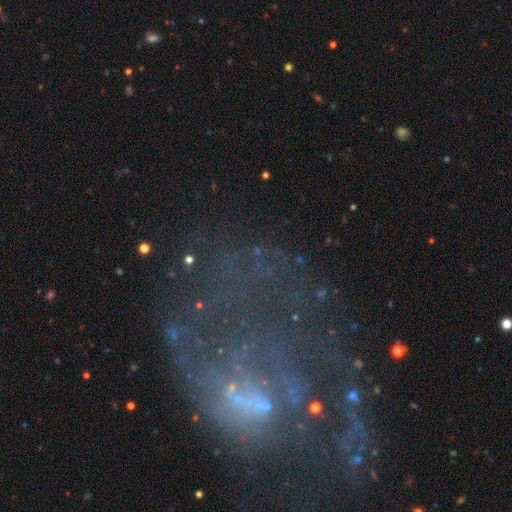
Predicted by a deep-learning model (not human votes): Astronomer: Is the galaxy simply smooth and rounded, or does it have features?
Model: featured or disk — 60%.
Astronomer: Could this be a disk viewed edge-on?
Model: no — 96%.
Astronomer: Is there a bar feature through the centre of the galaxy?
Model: no — 62%.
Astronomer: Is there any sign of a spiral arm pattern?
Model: no — 54% (runner-up: yes, 46%).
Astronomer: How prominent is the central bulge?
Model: none — 53% (runner-up: small, 29%).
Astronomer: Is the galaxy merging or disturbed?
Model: none — 39% (runner-up: major disturbance, 37%).